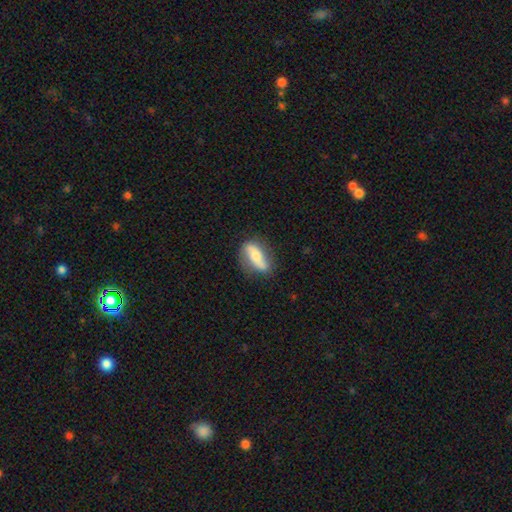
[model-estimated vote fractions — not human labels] Smooth or featured? Predicted: featured or disk (p=0.53). Edge-on disk? Predicted: no (p=0.77). Merging? Predicted: none (p=0.72).